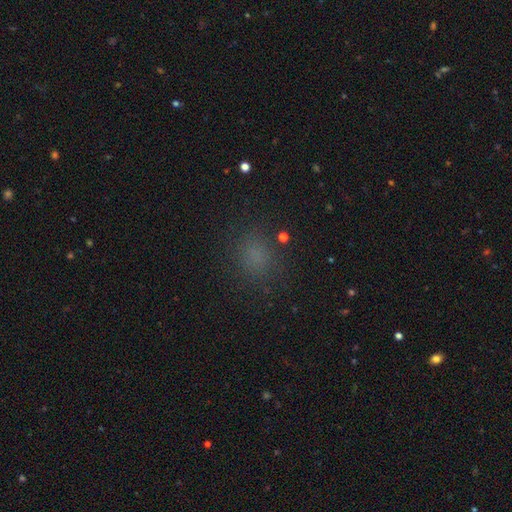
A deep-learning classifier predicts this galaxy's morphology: Smooth or featured? smooth (72%)
How rounded? round (73%)
Merging? none (84%)